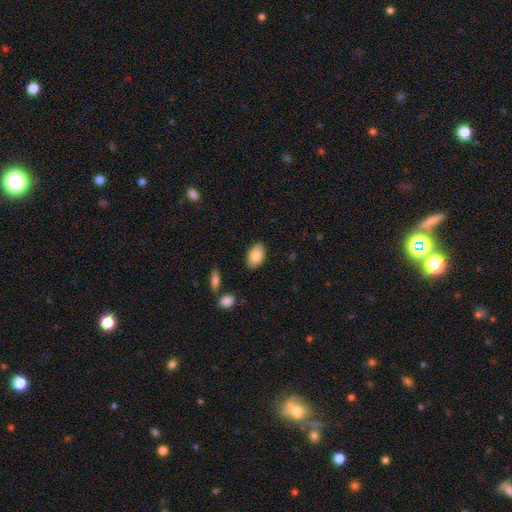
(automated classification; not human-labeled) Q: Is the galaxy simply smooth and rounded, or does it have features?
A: smooth — 82%.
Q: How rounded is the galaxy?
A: in between — 93%.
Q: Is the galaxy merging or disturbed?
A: none — 86%.